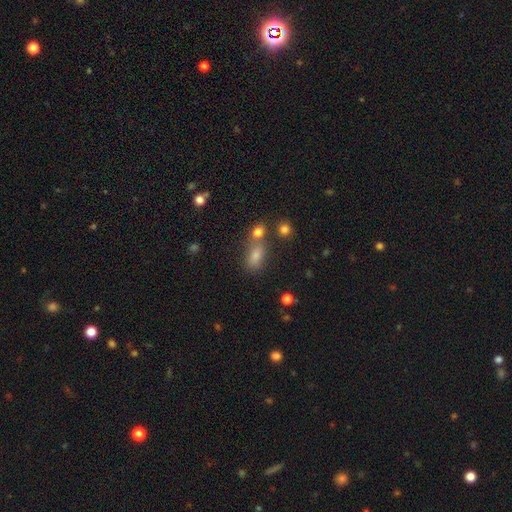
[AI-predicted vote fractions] Smooth or featured?
  - smooth: 78% *
  - star or artifact: 13%
  - featured or disk: 9%
How rounded?
  - in between: 83% *
  - round: 12%
  - cigar-shaped: 5%
Merging?
  - none: 52% *
  - merger: 29%
  - minor disturbance: 13%
  - major disturbance: 6%